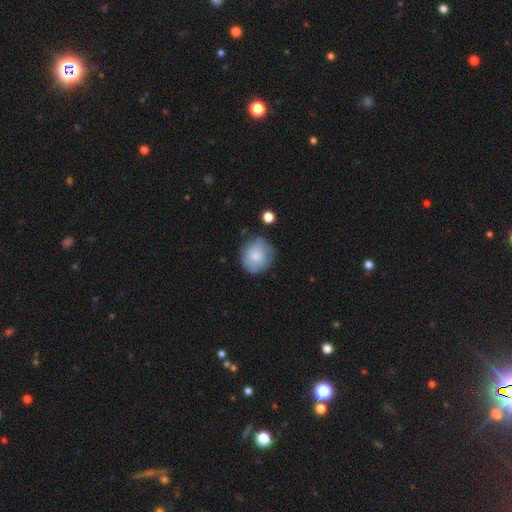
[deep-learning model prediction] Smooth or featured? Predicted: smooth (p=0.77). How rounded? Predicted: round (p=0.88). Merging? Predicted: none (p=0.70).